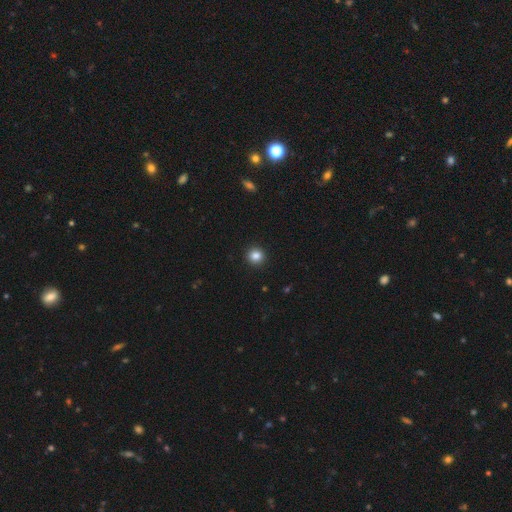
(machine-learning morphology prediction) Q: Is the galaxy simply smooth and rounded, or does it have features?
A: smooth — 85%.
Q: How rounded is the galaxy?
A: round — 93%.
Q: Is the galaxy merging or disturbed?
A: none — 93%.